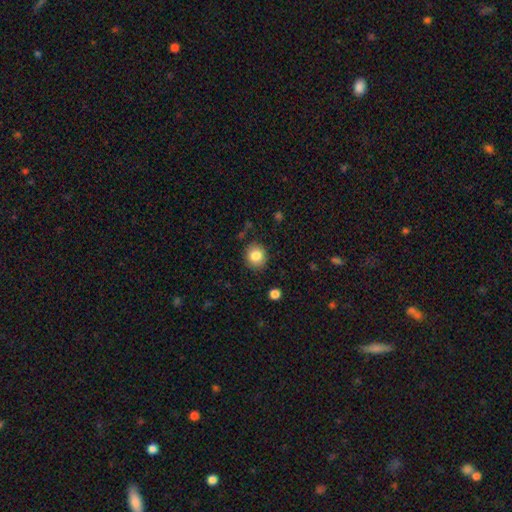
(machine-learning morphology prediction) A smooth galaxy with no disk features (83%) that is round (84%).

Vote fractions:
- Smooth or featured? smooth: 83% / star or artifact: 10% / featured or disk: 7%
- How rounded? round: 84% / in between: 15% / cigar-shaped: 1%
- Merging? none: 87% / minor disturbance: 9% / major disturbance: 2% / merger: 2%